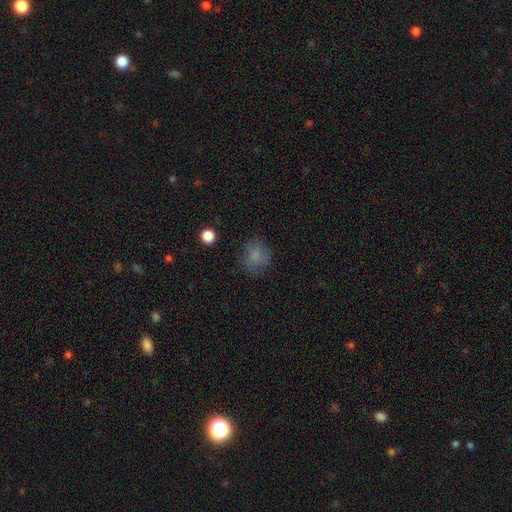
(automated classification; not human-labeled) Morphology: type=smooth (77%); roundness=round (74%); merging=none (70%).